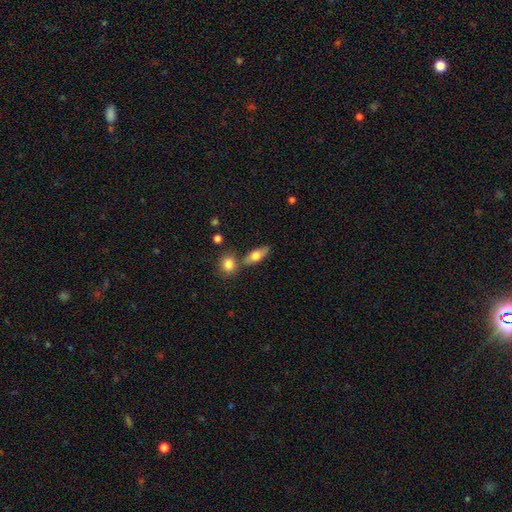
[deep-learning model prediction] Morphology: type=smooth (67%); roundness=in between (68%); merging=none (68%).